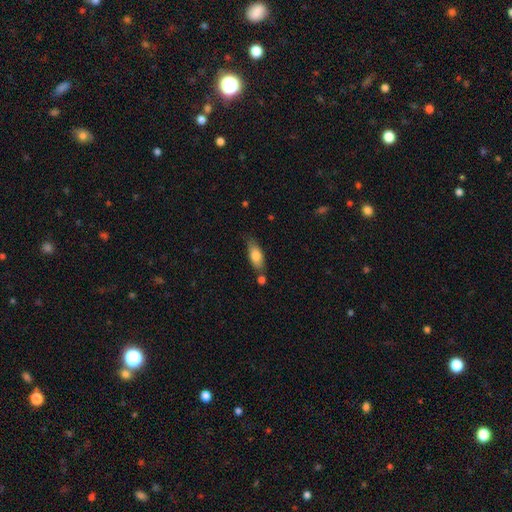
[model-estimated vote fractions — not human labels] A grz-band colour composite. It shows a smooth galaxy with no disk features (77%) that is in between round and cigar-shaped (75%). Merging: none (63%).